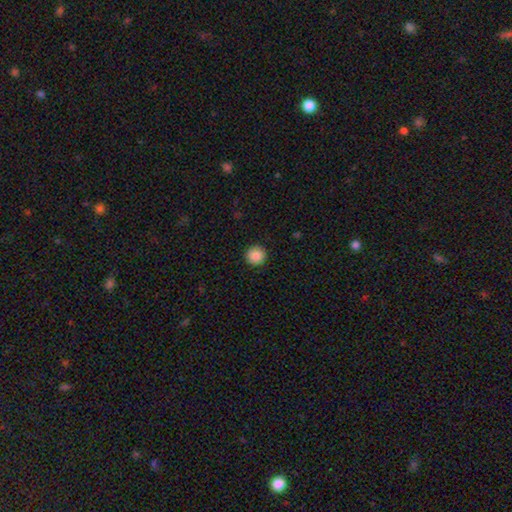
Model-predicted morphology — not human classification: This is clearly a smooth galaxy (88%). How rounded: clearly round (95%). Merging: clearly none (93%).